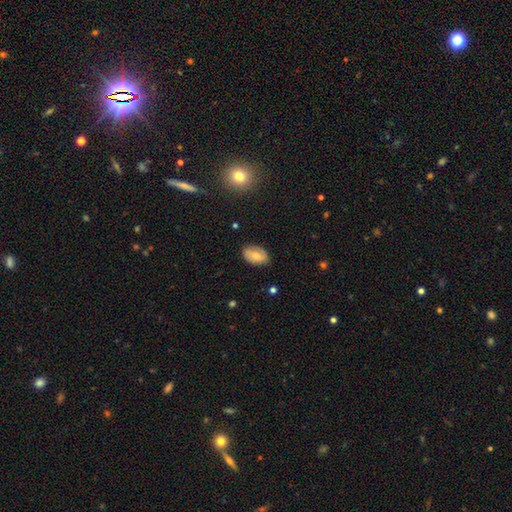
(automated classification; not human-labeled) Smooth or featured? smooth (63%)
How rounded? in between (91%)
Merging? none (80%)